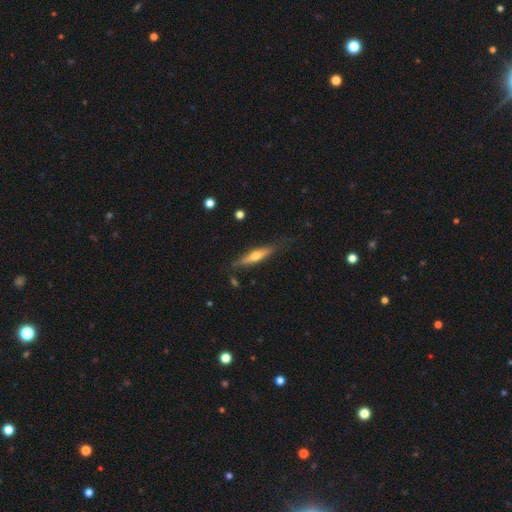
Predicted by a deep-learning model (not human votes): featured or disk 55%, smooth 40%, star or artifact 6%. Down the decision tree: edge-on disk — yes (92%); edge-on bulge — rounded (88%); merging — none (76%).